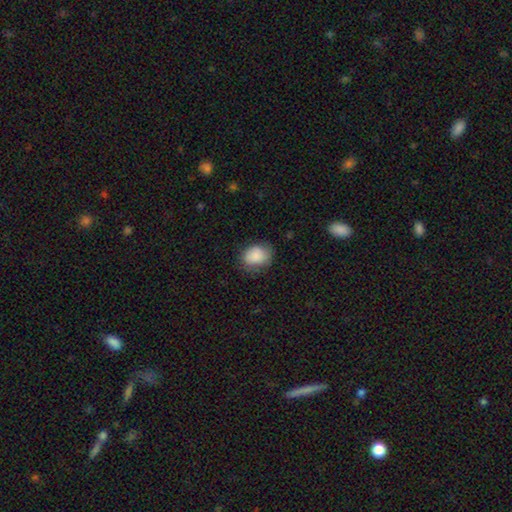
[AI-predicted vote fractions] Smooth or featured?
  - smooth: 87% *
  - star or artifact: 7%
  - featured or disk: 6%
How rounded?
  - in between: 54% *
  - round: 45%
  - cigar-shaped: 1%
Merging?
  - none: 72% *
  - minor disturbance: 21%
  - major disturbance: 6%
  - merger: 1%